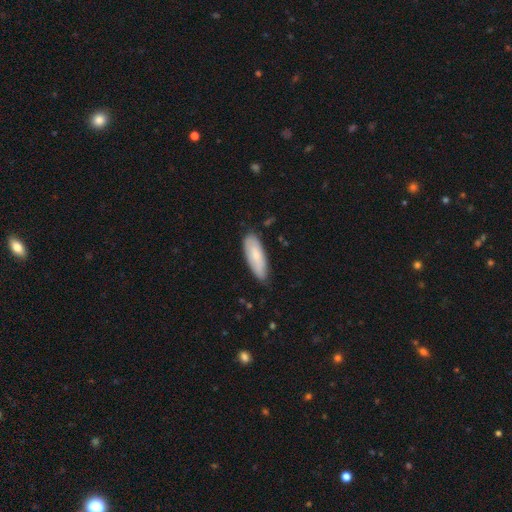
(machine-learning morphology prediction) The model was most divided on "how rounded": in between: 63%, cigar-shaped: 36%, round: 2%. More confident: merging — none (77%); smooth or featured — smooth (75%).